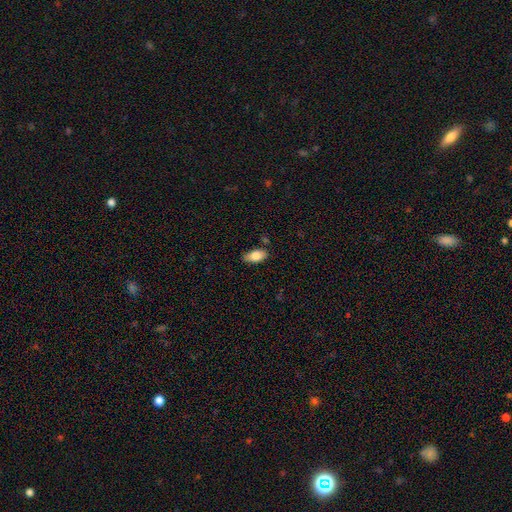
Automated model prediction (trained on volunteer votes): smooth 80%, featured or disk 13%, star or artifact 7%. Down the decision tree: how rounded — in between (91%); merging — none (78%).